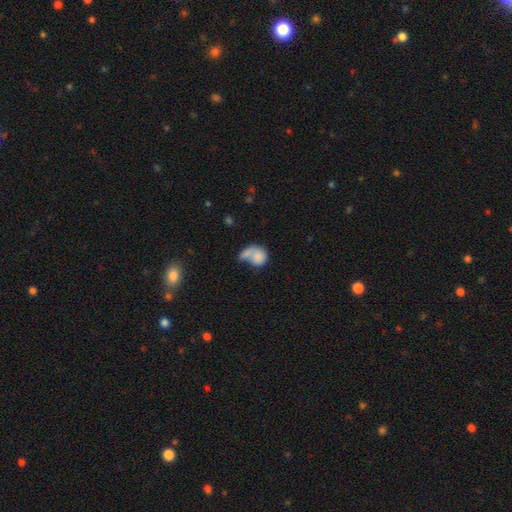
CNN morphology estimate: Smooth or featured? smooth (75%)
How rounded? round (62%)
Merging? merger (48%)